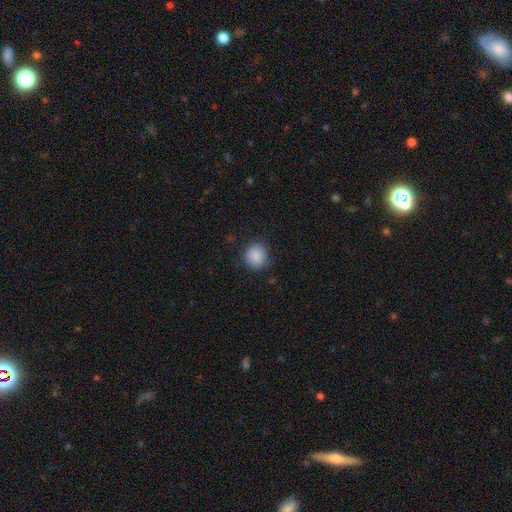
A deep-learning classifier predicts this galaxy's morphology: Q: Smooth or featured?
A: smooth (88%); runner-up: star or artifact (8%)
Q: How rounded?
A: round (88%); runner-up: in between (11%)
Q: Merging?
A: none (82%); runner-up: minor disturbance (13%)